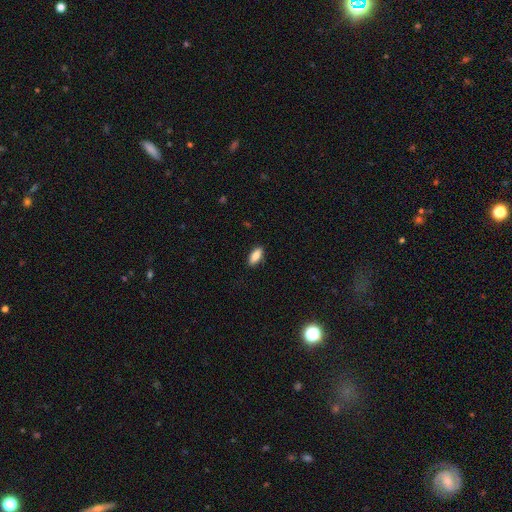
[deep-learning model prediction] smooth-or-featured: smooth: 88% | star or artifact: 7% | featured or disk: 6%
  how-rounded: in between: 83% | cigar-shaped: 14% | round: 2%
  merging: none: 87% | minor disturbance: 10% | major disturbance: 2% | merger: 1%